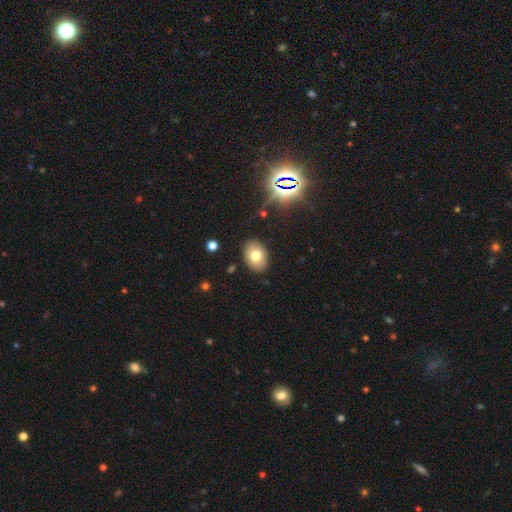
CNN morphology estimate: Smooth or featured? Predicted: smooth (p=0.74). How rounded? Predicted: in between (p=0.78). Merging? Predicted: none (p=0.88).